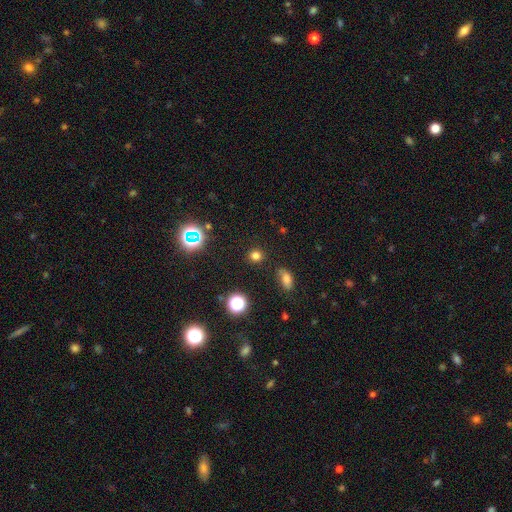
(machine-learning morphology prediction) Q: Smooth or featured?
A: smooth (73%); runner-up: star or artifact (22%)
Q: How rounded?
A: round (85%); runner-up: in between (13%)
Q: Merging?
A: none (86%); runner-up: minor disturbance (9%)